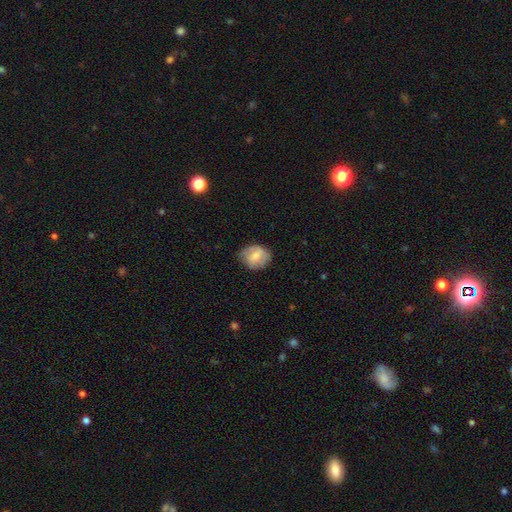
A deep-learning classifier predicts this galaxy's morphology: Smooth or featured? Predicted: smooth (p=0.59). How rounded? Predicted: round (p=0.57). Merging? Predicted: none (p=0.67).